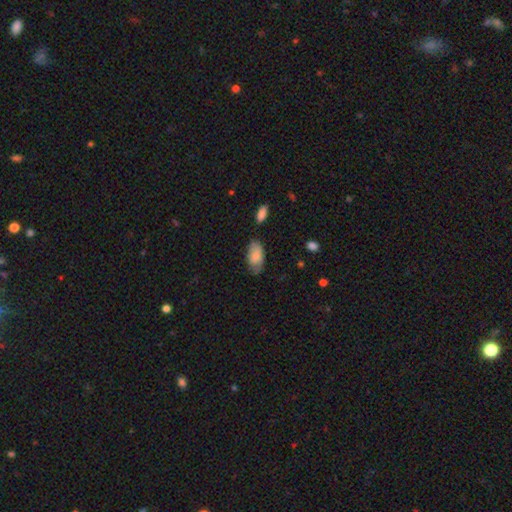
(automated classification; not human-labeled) This is likely a smooth galaxy (79%). How rounded: clearly in between (94%). Merging: likely none (60%).